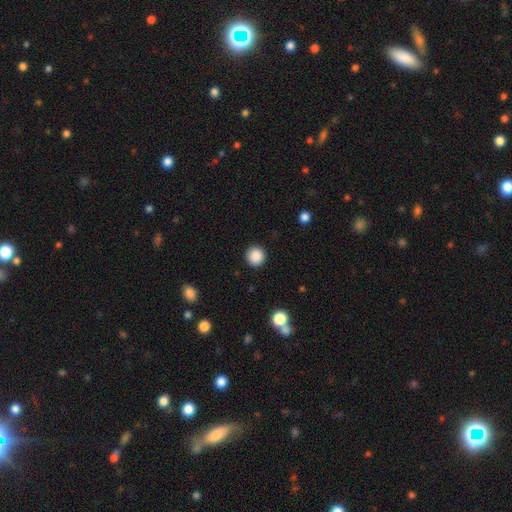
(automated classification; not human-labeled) smooth-or-featured: smooth: 88% | star or artifact: 10% | featured or disk: 3%
  how-rounded: round: 95% | in between: 4% | cigar-shaped: 1%
  merging: none: 92% | minor disturbance: 5% | major disturbance: 2% | merger: 1%